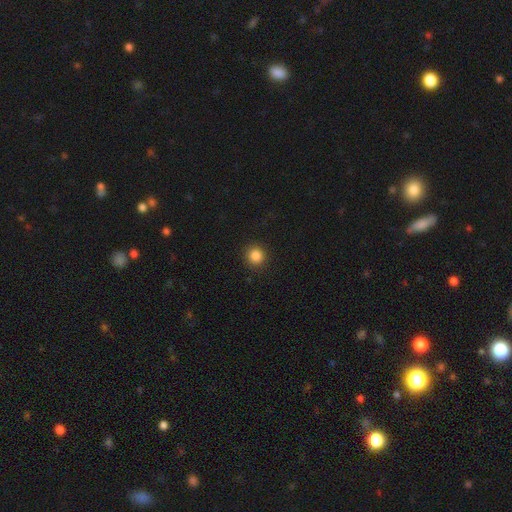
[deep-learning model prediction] A smooth galaxy with no disk features (85%) that is round (92%).

Vote fractions:
- Smooth or featured? smooth: 85% / star or artifact: 11% / featured or disk: 4%
- How rounded? round: 92% / in between: 7% / cigar-shaped: 1%
- Merging? none: 91% / minor disturbance: 6% / major disturbance: 2% / merger: 1%